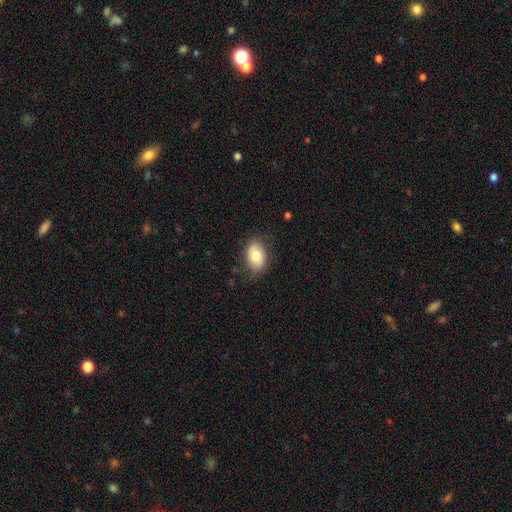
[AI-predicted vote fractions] Overall: smooth (76%). How rounded: in between (83%). Merging: none (78%).